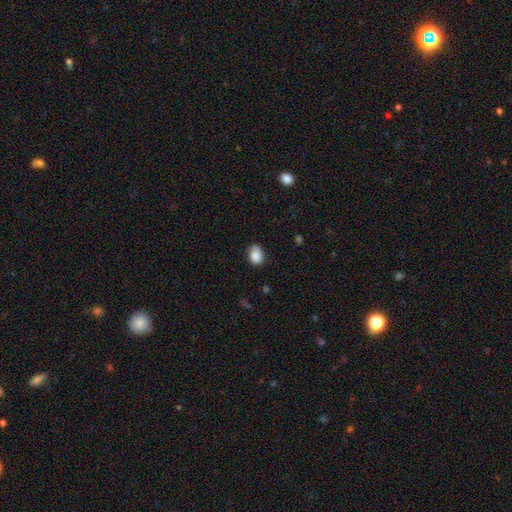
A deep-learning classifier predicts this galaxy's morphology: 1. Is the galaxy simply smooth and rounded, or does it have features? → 86% smooth, 8% star or artifact, 6% featured or disk.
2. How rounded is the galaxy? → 75% in between, 24% round, 1% cigar-shaped.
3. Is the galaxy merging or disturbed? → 68% none, 26% minor disturbance, 5% major disturbance, 1% merger.